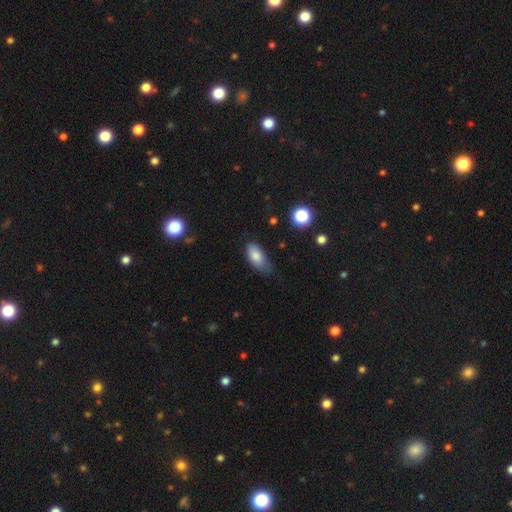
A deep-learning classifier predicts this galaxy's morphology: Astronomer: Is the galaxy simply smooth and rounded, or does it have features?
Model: smooth — 82%.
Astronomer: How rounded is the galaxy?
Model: in between — 89%.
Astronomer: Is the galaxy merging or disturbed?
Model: none — 54% (runner-up: minor disturbance, 35%).